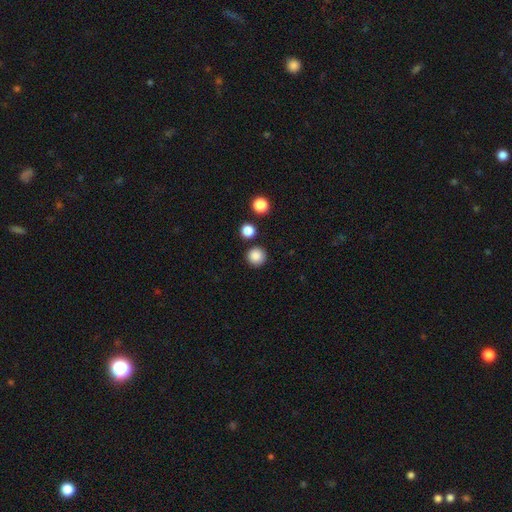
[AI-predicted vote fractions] Smooth or featured: smooth — 86% (star or artifact — 10%)
How rounded: round — 95% (in between — 4%)
Merging: none — 88% (minor disturbance — 6%)